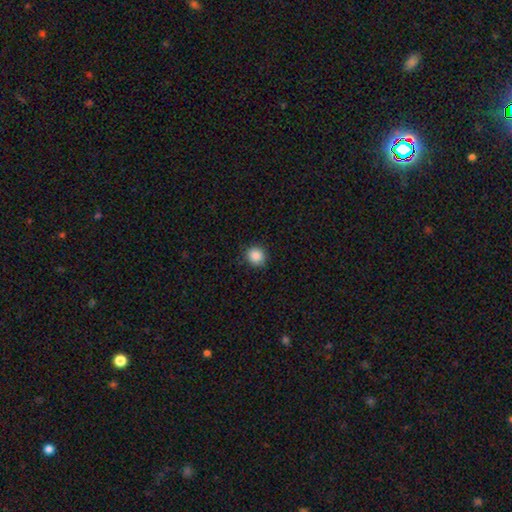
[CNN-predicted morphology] Smooth or featured? smooth (87%)
How rounded? round (89%)
Merging? none (88%)